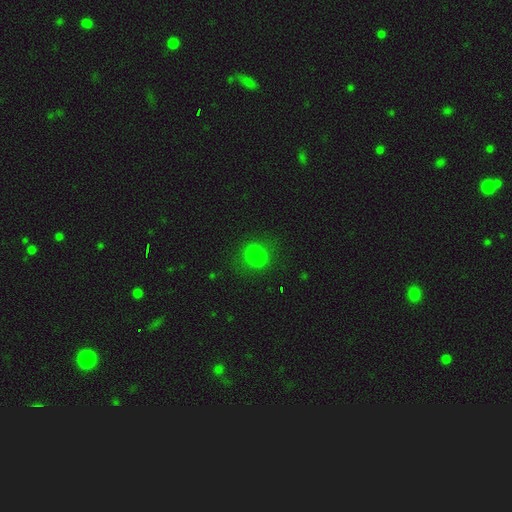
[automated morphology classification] This is clearly a smooth galaxy (81%). How rounded: likely round (72%). Merging: clearly none (82%).